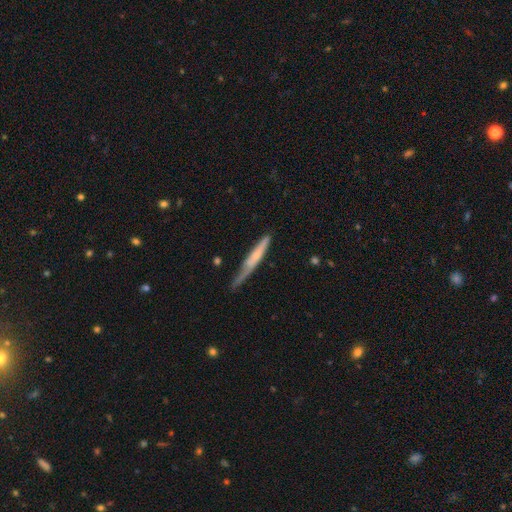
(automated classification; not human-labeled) This is possibly a smooth galaxy (48%). Merging: possibly none (51%).